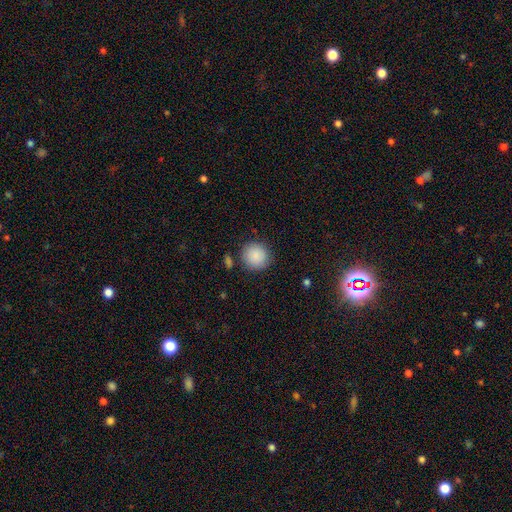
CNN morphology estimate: Overall: smooth (88%). How rounded: round (92%). Merging: none (84%).